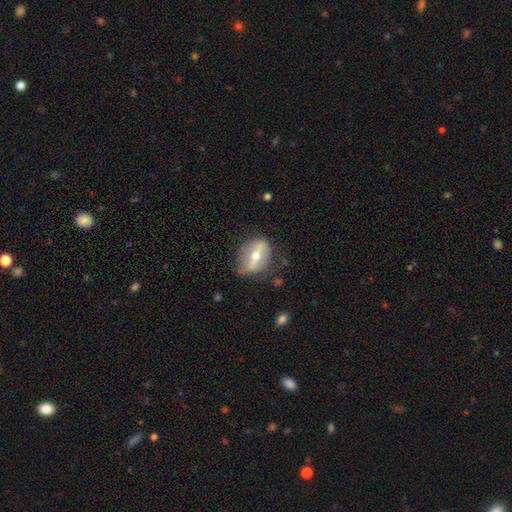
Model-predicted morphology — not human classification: This is likely a featured or disk galaxy (64%). It is likely not viewed edge-on (73%). Merging: likely none (71%).